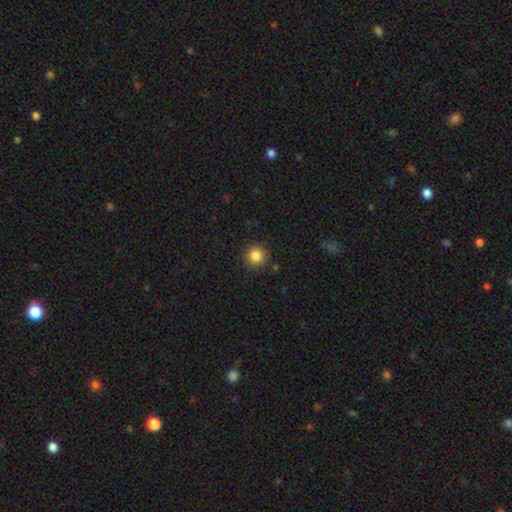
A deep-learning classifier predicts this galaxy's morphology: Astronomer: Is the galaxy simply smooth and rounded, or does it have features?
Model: smooth — 85%.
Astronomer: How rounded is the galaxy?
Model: round — 95%.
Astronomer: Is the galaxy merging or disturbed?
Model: none — 91%.